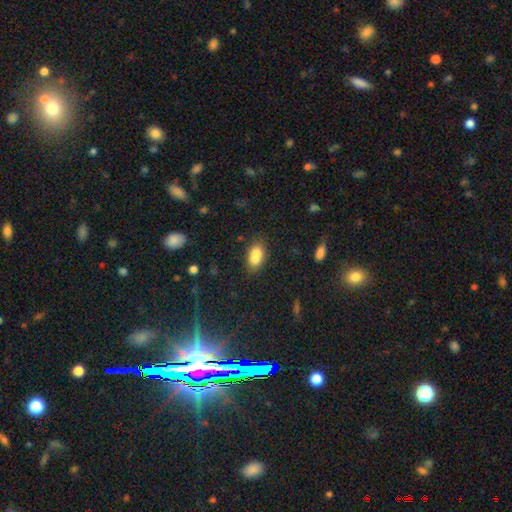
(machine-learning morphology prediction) Smooth or featured?
  - smooth: 74% *
  - featured or disk: 16%
  - star or artifact: 10%
How rounded?
  - in between: 80% *
  - round: 16%
  - cigar-shaped: 4%
Merging?
  - merger: 43% *
  - none: 40%
  - minor disturbance: 13%
  - major disturbance: 4%